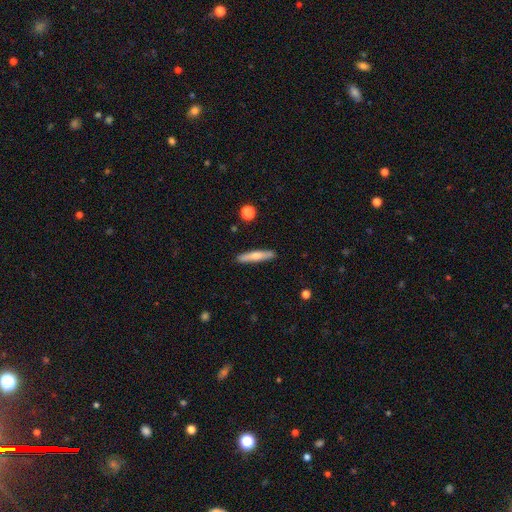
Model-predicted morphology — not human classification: The model was most divided on "smooth or featured": smooth: 62%, featured or disk: 32%, star or artifact: 6%. More confident: merging — none (89%); how rounded — cigar-shaped (89%).